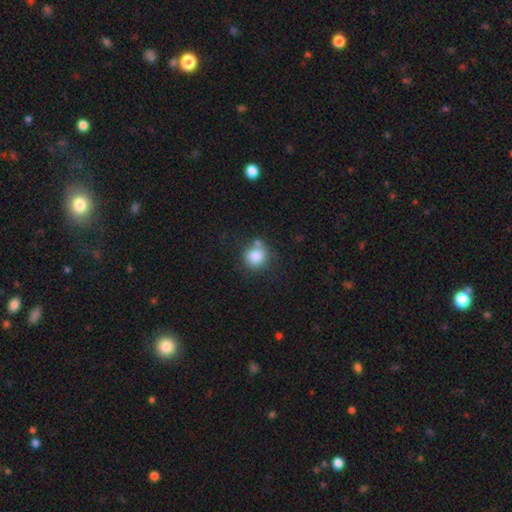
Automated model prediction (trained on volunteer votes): smooth 84%, star or artifact 10%, featured or disk 6%. Down the decision tree: how rounded — round (88%); merging — none (66%).